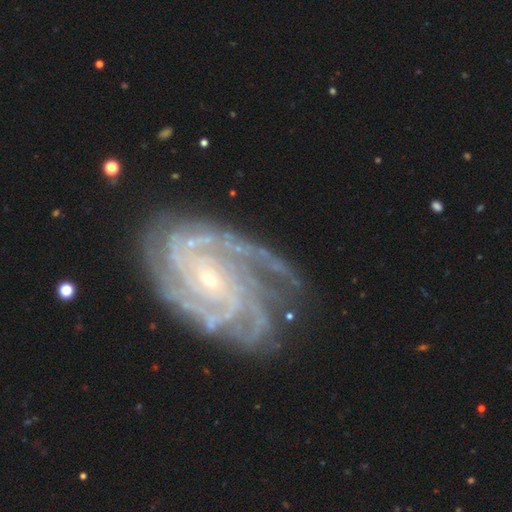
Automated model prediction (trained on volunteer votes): smooth-or-featured: featured or disk: 92% | star or artifact: 5% | smooth: 3%
  disk-edge-on: no: 97% | yes: 3%
    bar: no: 61% | weak: 28% | strong: 11%
    has-spiral-arms: yes: 98% | no: 2%
      spiral-winding: tight: 72% | medium: 25% | loose: 4%
      spiral-arm-count: 4: 28% | more than 4: 18% | 3: 17% | can't tell: 17% | 2: 12% | 1: 9%
    bulge-size: small: 80% | moderate: 17% | none: 1% | large: 1% | dominant: 1%
  merging: none: 75% | minor disturbance: 17% | major disturbance: 6% | merger: 2%